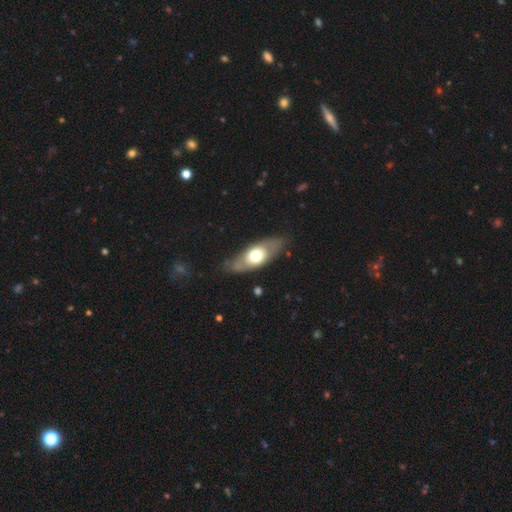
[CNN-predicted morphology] A smooth galaxy with no disk features (51%) that is in between round and cigar-shaped (78%). Merging: none (76%).